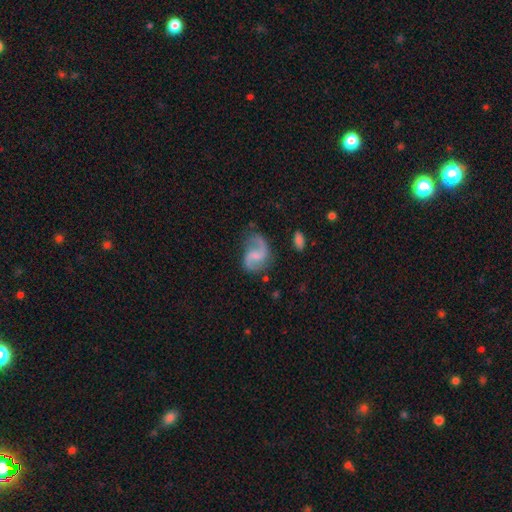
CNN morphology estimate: A featured or disk galaxy (83%) with a weak bar (52%), 2 (88%) loose (56%) spiral arms (96%) and a small central bulge (45%).

Vote fractions:
- Smooth or featured? featured or disk: 83% / smooth: 12% / star or artifact: 5%
- Edge-on disk? no: 98% / yes: 2%
- Bar? weak: 52% / no: 36% / strong: 12%
- Spiral arms? yes: 96% / no: 4%
- Spiral winding? loose: 56% / medium: 37% / tight: 7%
- Spiral arm count? 2: 88% / 1: 7% / can't tell: 3% / 3: 1% / 4: 1% / more than 4: 1%
- Bulge size? small: 45% / none: 30% / moderate: 22% / large: 2% / dominant: 1%
- Merging? none: 65% / minor disturbance: 21% / major disturbance: 11% / merger: 3%